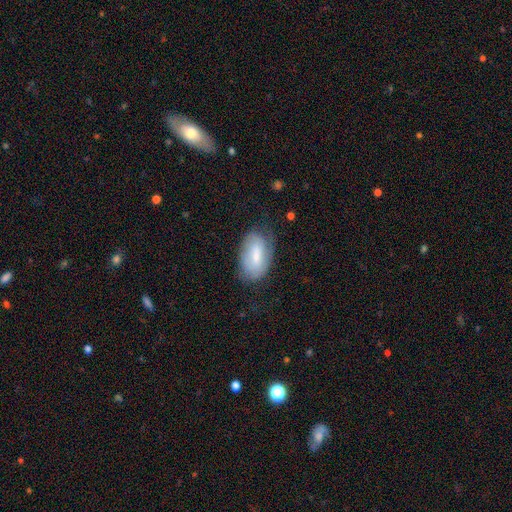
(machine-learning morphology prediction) Smooth or featured?
  - smooth: 58% *
  - featured or disk: 35%
  - star or artifact: 7%
How rounded?
  - in between: 92% *
  - round: 4%
  - cigar-shaped: 4%
Merging?
  - none: 63% *
  - minor disturbance: 26%
  - major disturbance: 10%
  - merger: 2%